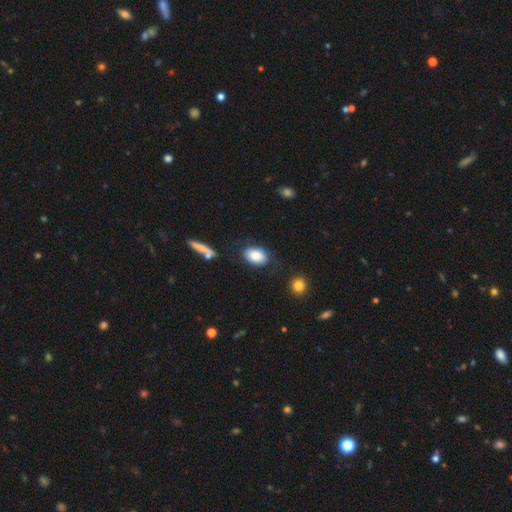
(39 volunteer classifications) smooth 92%, star or artifact 5%, featured or disk 3%. Down the decision tree: how rounded — in between (83%); merging — none (84%).